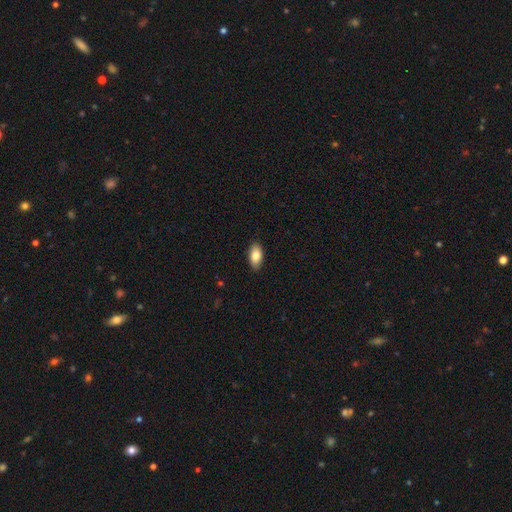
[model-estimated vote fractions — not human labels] This is clearly a smooth galaxy (83%). How rounded: clearly in between (93%). Merging: clearly none (88%).